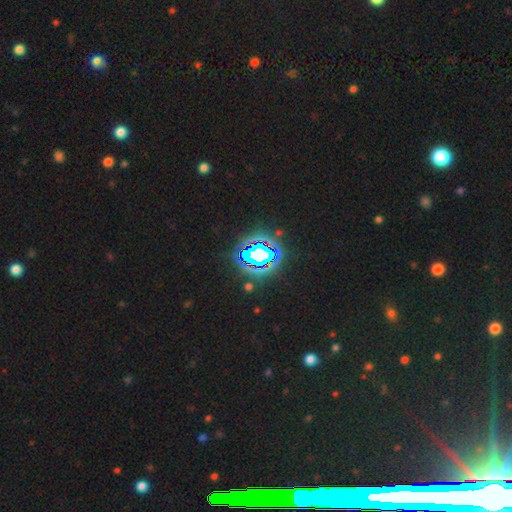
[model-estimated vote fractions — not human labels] smooth_or_featured: star or artifact (p=0.71) [alt: featured or disk p=0.15]